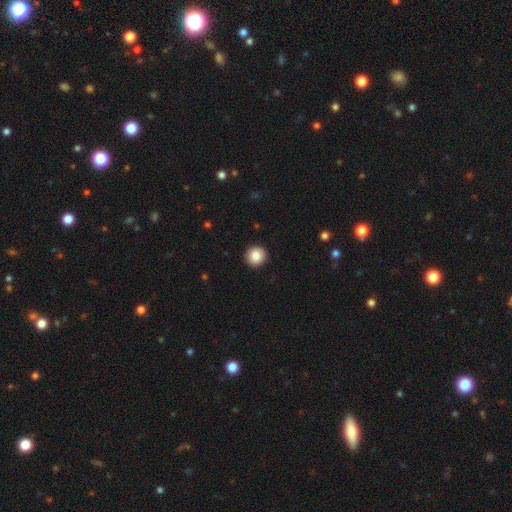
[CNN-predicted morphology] Smooth or featured? Predicted: smooth (p=0.87). How rounded? Predicted: round (p=0.95). Merging? Predicted: none (p=0.93).